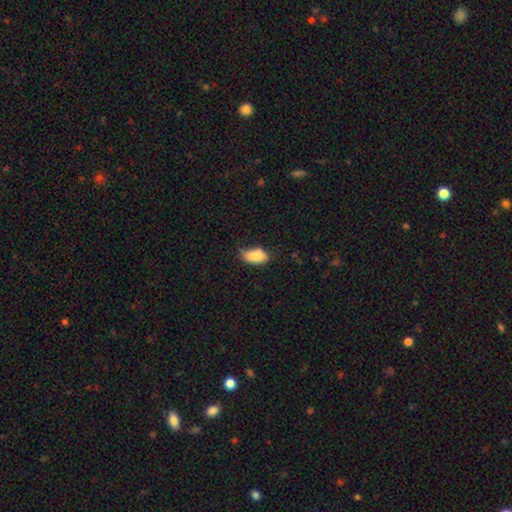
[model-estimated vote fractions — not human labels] A smooth galaxy with no disk features (84%) that is in between round and cigar-shaped (93%). Merging: none (53%).